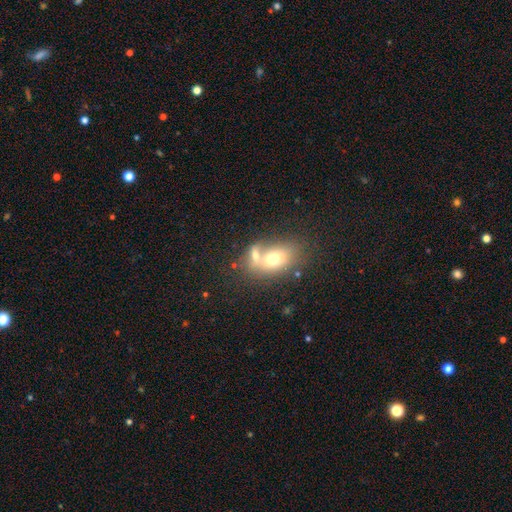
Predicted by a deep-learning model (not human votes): The model was most divided on "merging": merger: 55%, none: 29%, minor disturbance: 10%, major disturbance: 6%. More confident: how rounded — in between (73%); smooth or featured — smooth (66%).